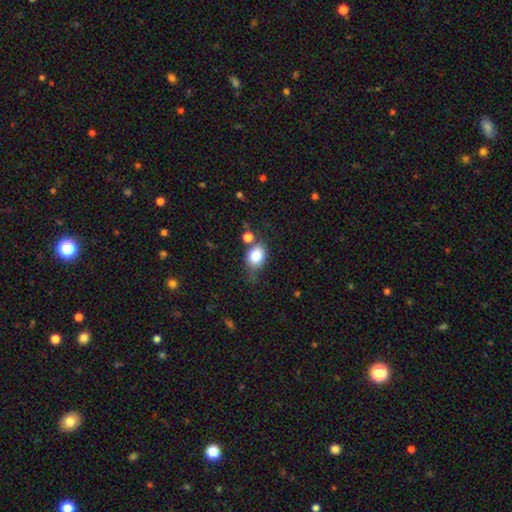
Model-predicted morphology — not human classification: A smooth galaxy with no disk features (81%) that is in between round and cigar-shaped (61%). Merging: none (60%).